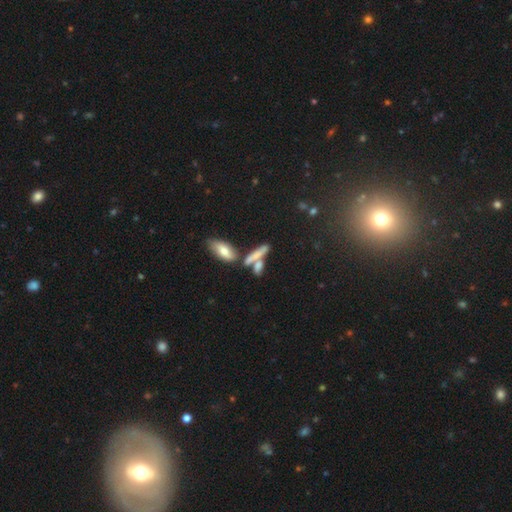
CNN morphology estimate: smooth-or-featured: smooth: 63% | featured or disk: 26% | star or artifact: 11%
  how-rounded: cigar-shaped: 61% | in between: 35% | round: 5%
  merging: merger: 41% | none: 40% | minor disturbance: 12% | major disturbance: 7%